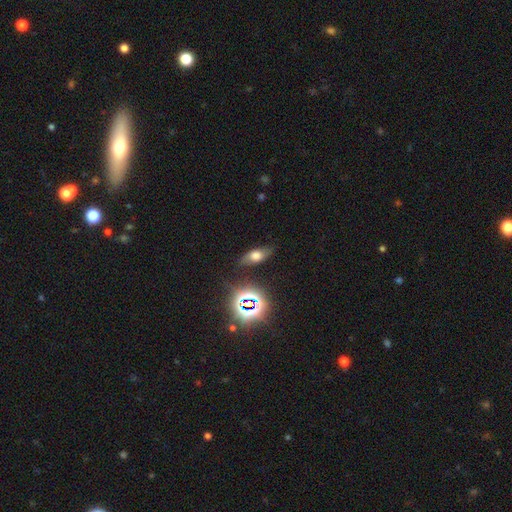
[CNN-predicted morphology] smooth_or_featured: smooth (p=0.53) [alt: featured or disk p=0.27]
how_rounded: in between (p=0.74) [alt: cigar-shaped p=0.16]
merging: none (p=0.78) [alt: minor disturbance p=0.15]